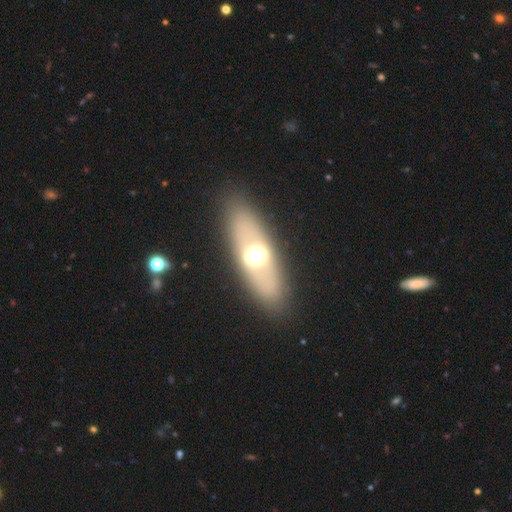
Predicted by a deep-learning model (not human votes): This is possibly a smooth galaxy (46%). Merging: clearly none (87%).